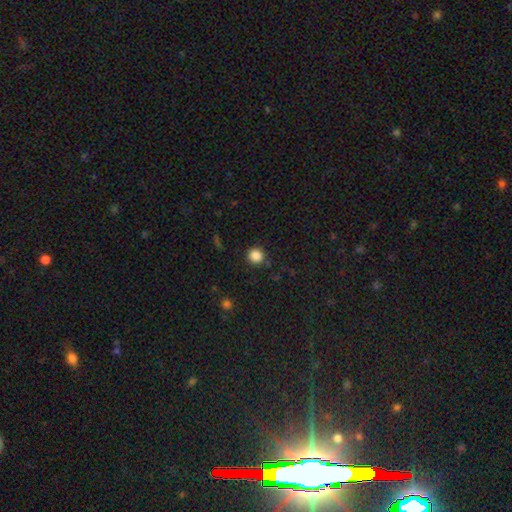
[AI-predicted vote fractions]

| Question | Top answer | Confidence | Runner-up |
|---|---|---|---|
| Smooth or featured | smooth | 85% | star or artifact (11%) |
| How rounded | round | 92% | in between (7%) |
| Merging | none | 89% | minor disturbance (7%) |